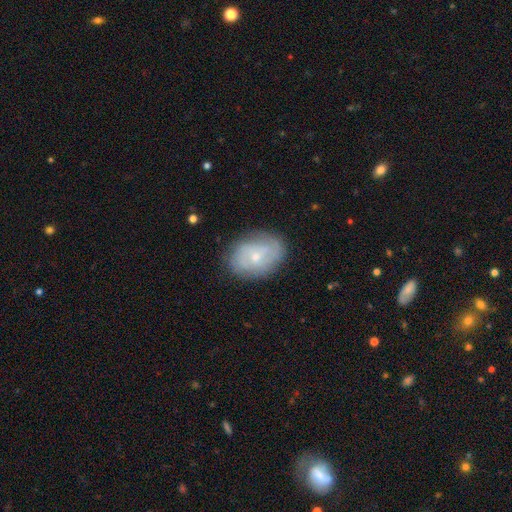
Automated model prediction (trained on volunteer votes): This appears to be a featured or disk galaxy (61%) with no bar (70%), spiral arms (79%) and a small central bulge (67%). Merging: none (78%).